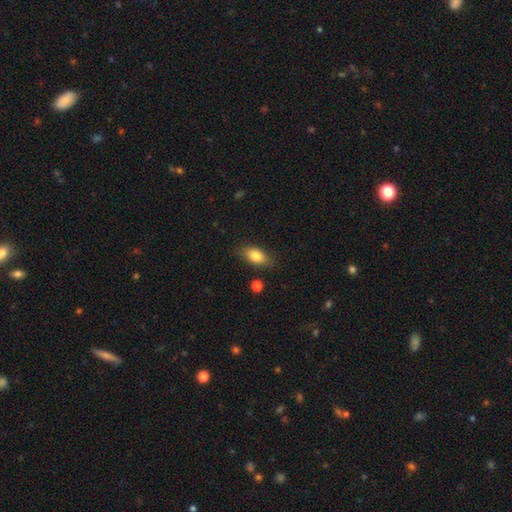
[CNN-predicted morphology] Smooth or featured? Predicted: smooth (p=0.83). How rounded? Predicted: in between (p=0.86). Merging? Predicted: none (p=0.82).